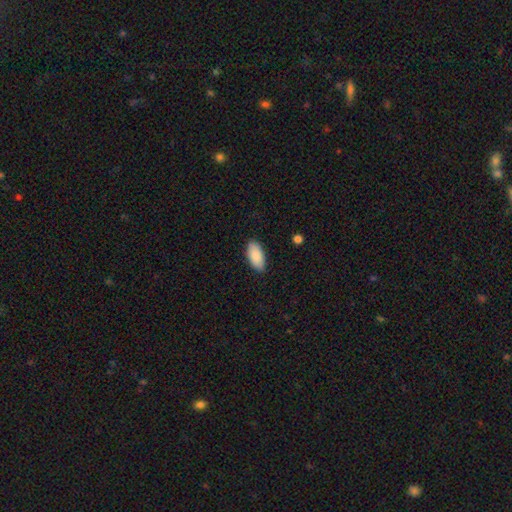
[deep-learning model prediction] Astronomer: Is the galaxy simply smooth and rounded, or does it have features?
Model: smooth — 90%.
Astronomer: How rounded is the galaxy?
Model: in between — 93%.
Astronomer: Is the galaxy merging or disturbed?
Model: none — 87%.